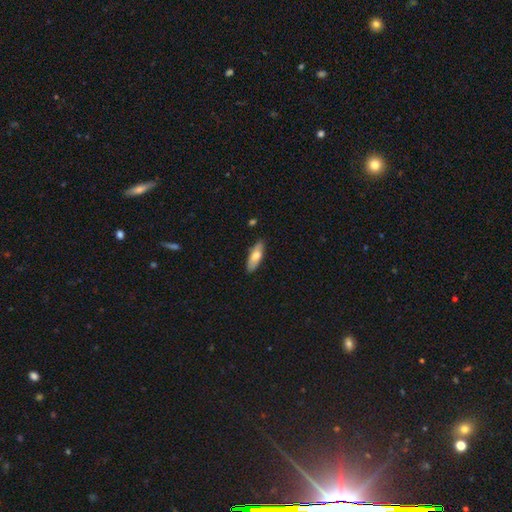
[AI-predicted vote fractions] A smooth galaxy with no disk features (69%) that is in between round and cigar-shaped (60%). Merging: none (85%).